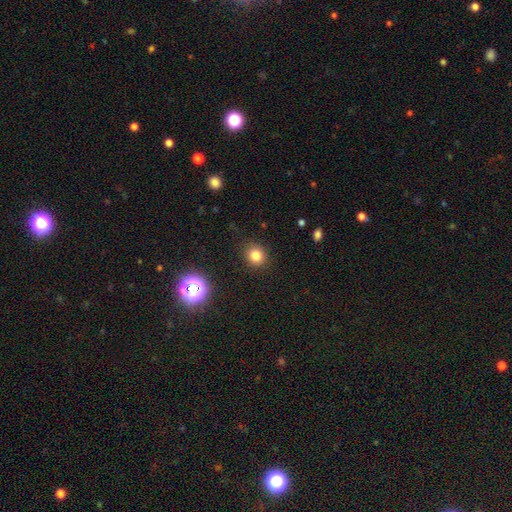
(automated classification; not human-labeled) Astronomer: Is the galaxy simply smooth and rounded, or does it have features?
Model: smooth — 80%.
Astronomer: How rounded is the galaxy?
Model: round — 81%.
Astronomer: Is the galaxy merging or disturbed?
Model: none — 89%.